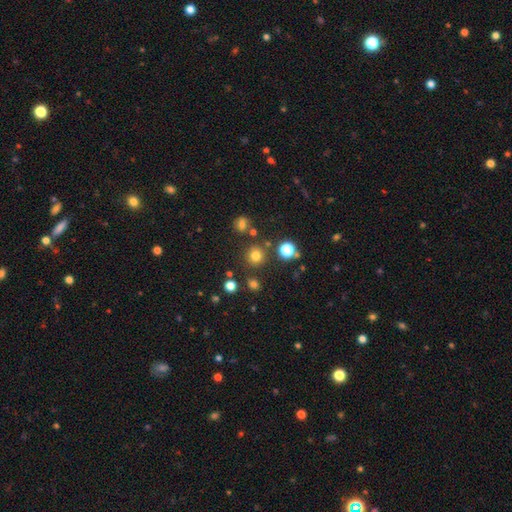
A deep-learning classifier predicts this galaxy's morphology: Smooth or featured? Predicted: smooth (p=0.76). How rounded? Predicted: round (p=0.92). Merging? Predicted: none (p=0.84).